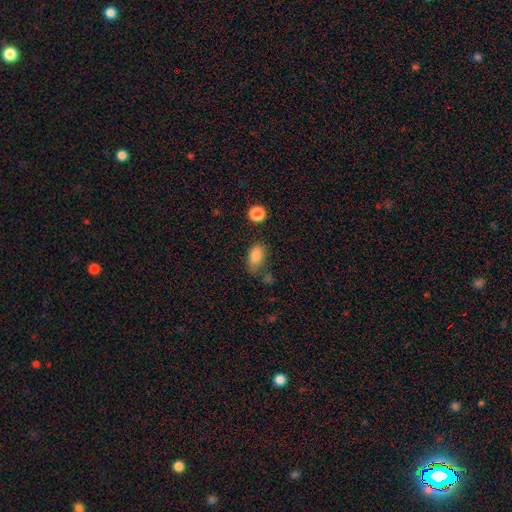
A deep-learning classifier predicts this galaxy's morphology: This appears to be a smooth galaxy with no disk features (85%) that is in between round and cigar-shaped (86%). Merging: none (59%).